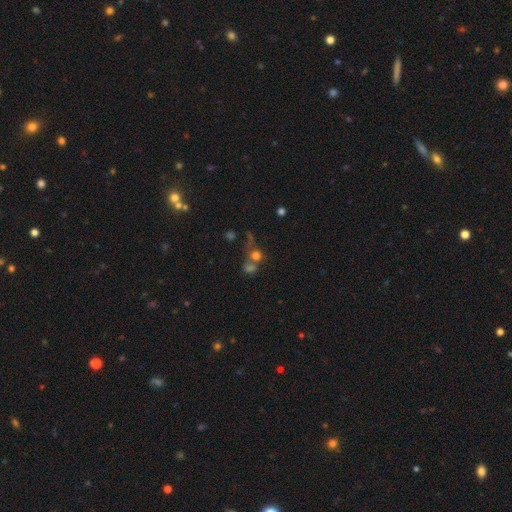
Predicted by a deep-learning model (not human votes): Q: Smooth or featured?
A: smooth (66%); runner-up: star or artifact (20%)
Q: How rounded?
A: round (83%); runner-up: in between (15%)
Q: Merging?
A: merger (44%); runner-up: none (39%)